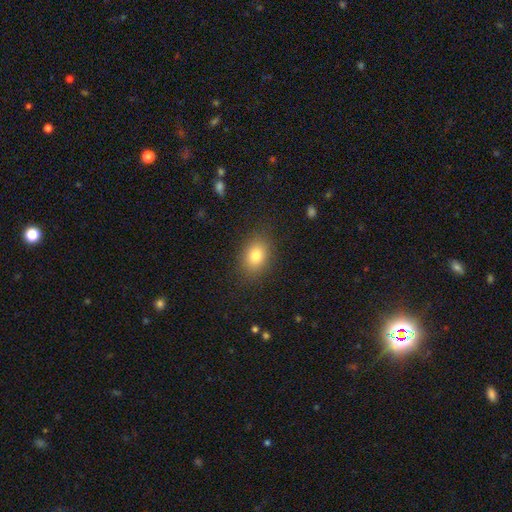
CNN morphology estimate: The model was most divided on "how rounded": in between: 69%, round: 30%, cigar-shaped: 1%. More confident: merging — none (86%); smooth or featured — smooth (81%).